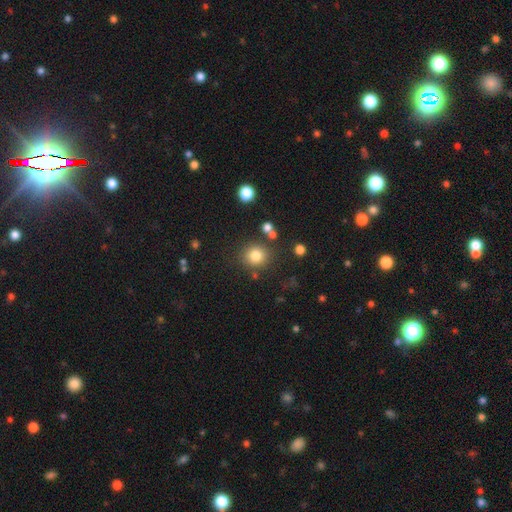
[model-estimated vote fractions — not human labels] Morphology: type=smooth (81%); roundness=round (86%); merging=none (81%).